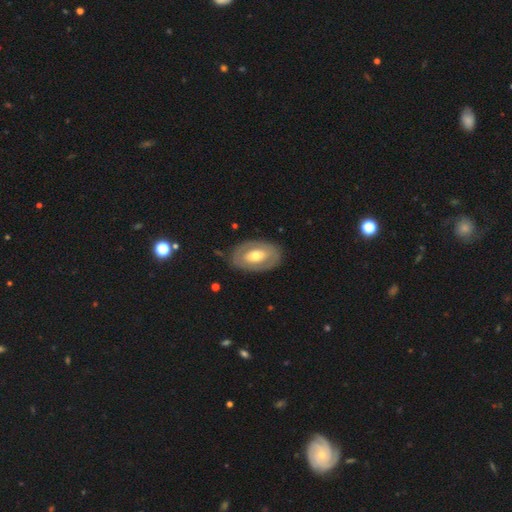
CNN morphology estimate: Smooth or featured?
  - featured or disk: 55% *
  - smooth: 40%
  - star or artifact: 5%
Edge-on disk?
  - no: 91% *
  - yes: 9%
Merging?
  - none: 82% *
  - minor disturbance: 12%
  - major disturbance: 5%
  - merger: 1%